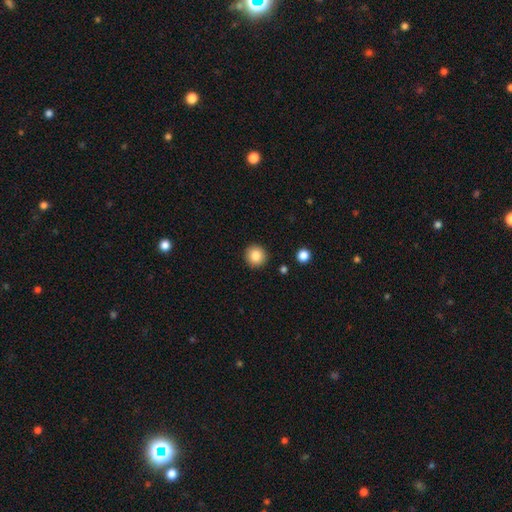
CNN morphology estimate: Smooth or featured: smooth — 85% (star or artifact — 9%)
How rounded: round — 94% (in between — 5%)
Merging: none — 91% (minor disturbance — 5%)